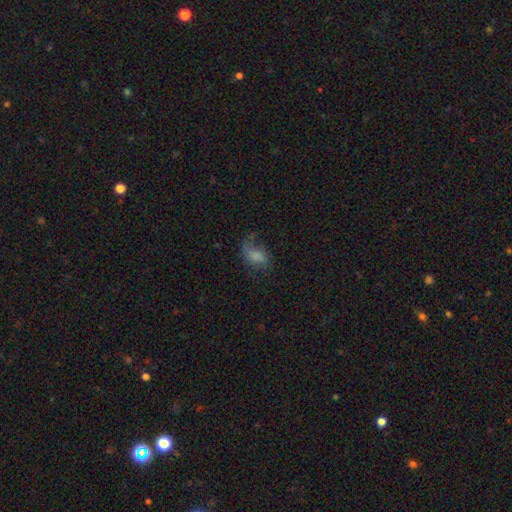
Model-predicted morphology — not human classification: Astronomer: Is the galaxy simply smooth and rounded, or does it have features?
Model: smooth — 62%.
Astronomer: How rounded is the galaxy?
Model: in between — 87%.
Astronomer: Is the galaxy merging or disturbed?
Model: none — 37% (runner-up: major disturbance, 34%).